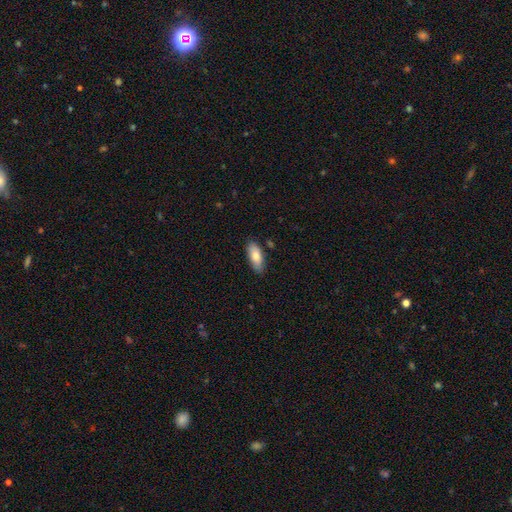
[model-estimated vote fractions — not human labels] This is likely a smooth galaxy (79%). How rounded: clearly in between (81%). Merging: clearly none (84%).